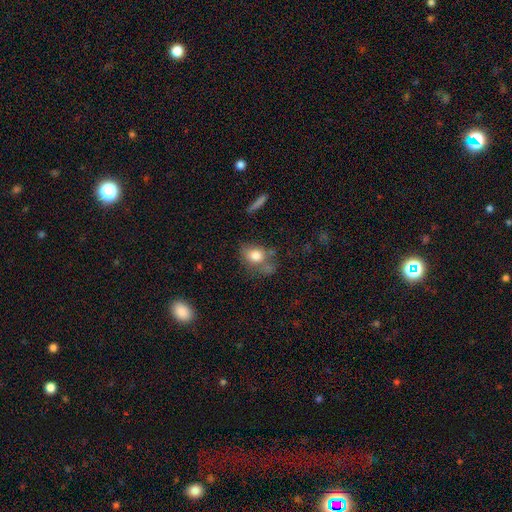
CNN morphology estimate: A smooth galaxy with no disk features (77%) that is in between round and cigar-shaped (64%). Merging: none (48%).